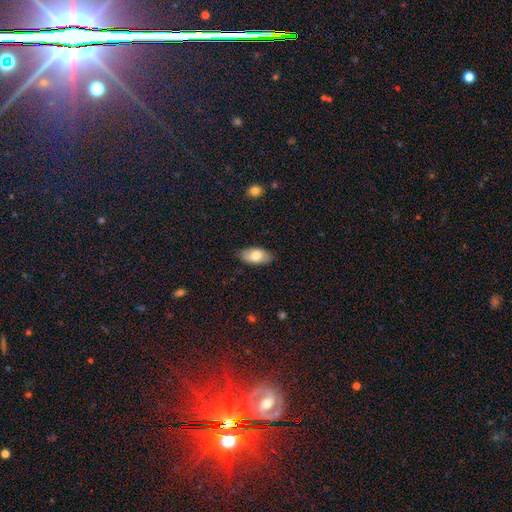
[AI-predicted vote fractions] Morphology: type=smooth (78%); roundness=in between (93%); merging=none (85%).